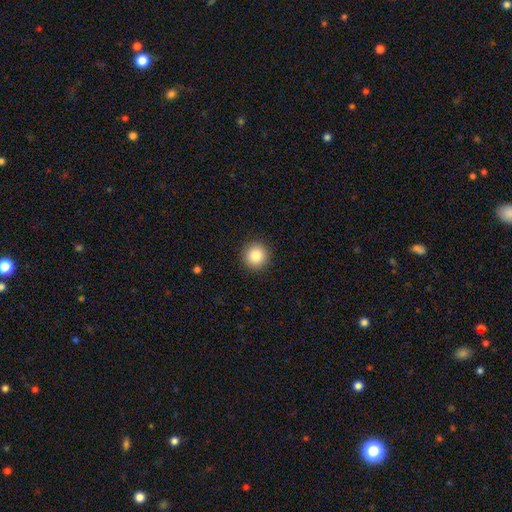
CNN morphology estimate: This is clearly a smooth galaxy (85%). How rounded: clearly round (94%). Merging: clearly none (92%).